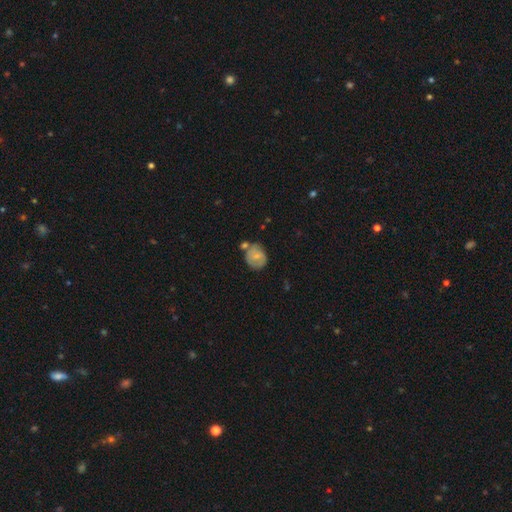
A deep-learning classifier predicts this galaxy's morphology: Smooth or featured: smooth — 65% (featured or disk — 28%)
How rounded: round — 65% (in between — 33%)
Merging: none — 53% (minor disturbance — 22%)